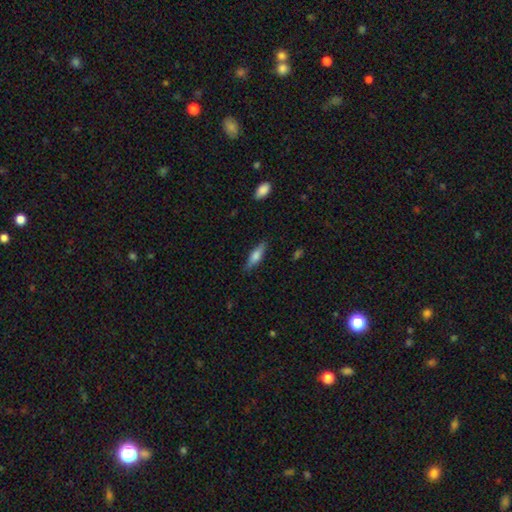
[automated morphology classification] This is likely a smooth galaxy (64%). How rounded: possibly cigar-shaped (53%). Merging: clearly none (83%).